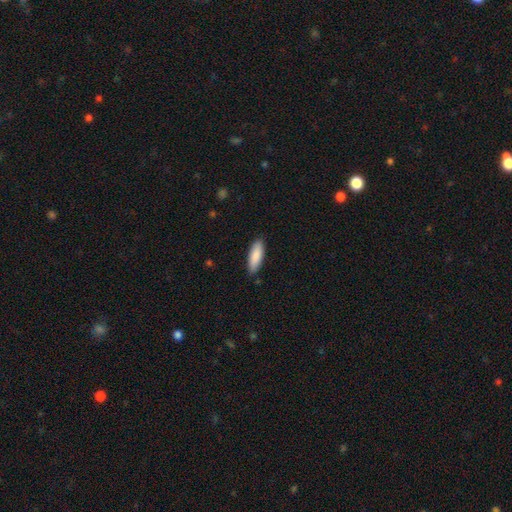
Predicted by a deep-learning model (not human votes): Smooth or featured?
  - smooth: 88% *
  - featured or disk: 6%
  - star or artifact: 5%
How rounded?
  - in between: 59% *
  - cigar-shaped: 39%
  - round: 1%
Merging?
  - none: 87% *
  - minor disturbance: 10%
  - major disturbance: 2%
  - merger: 1%